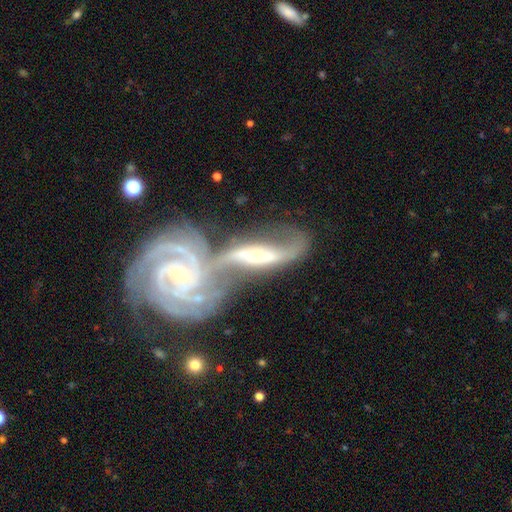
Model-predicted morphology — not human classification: Smooth or featured: featured or disk — 84% (smooth — 11%)
Edge-on disk: no — 87% (yes — 13%)
Bar: no — 39% (weak — 32%)
Spiral arms: yes — 95% (no — 5%)
Spiral winding: loose — 45% (medium — 35%)
Spiral arm count: 2 — 81% (can't tell — 7%)
Bulge size: small — 51% (moderate — 41%)
Merging: merger — 73% (none — 13%)